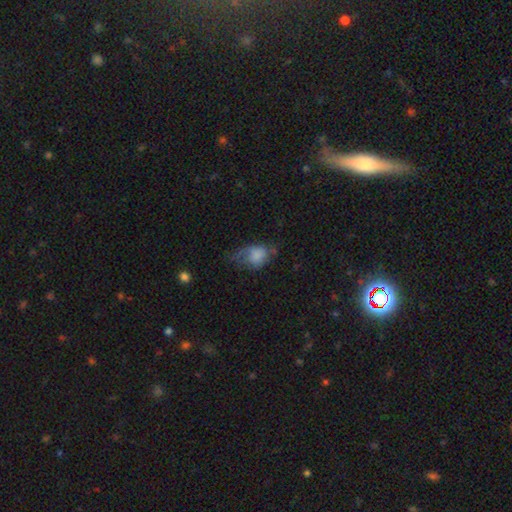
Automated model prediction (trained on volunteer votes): Q: Smooth or featured?
A: smooth (67%); runner-up: featured or disk (23%)
Q: How rounded?
A: in between (67%); runner-up: round (31%)
Q: Merging?
A: major disturbance (37%); runner-up: minor disturbance (33%)